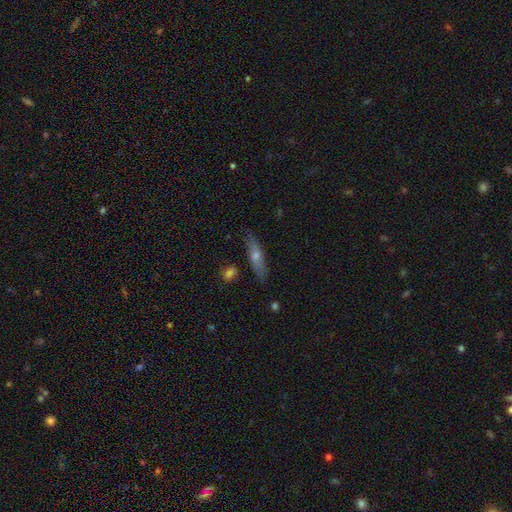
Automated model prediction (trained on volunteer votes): The model was most divided on "smooth or featured": featured or disk: 47%, smooth: 44%, star or artifact: 9%. More confident: merging — none (84%).